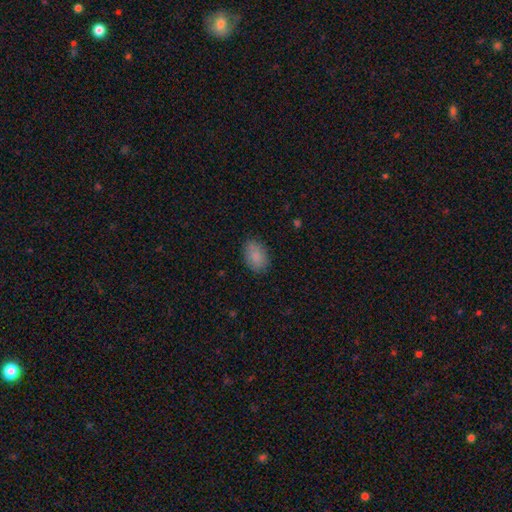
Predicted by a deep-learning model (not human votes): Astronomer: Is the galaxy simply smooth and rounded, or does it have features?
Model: smooth — 86%.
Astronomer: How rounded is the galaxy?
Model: in between — 82%.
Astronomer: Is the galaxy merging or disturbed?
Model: none — 82%.